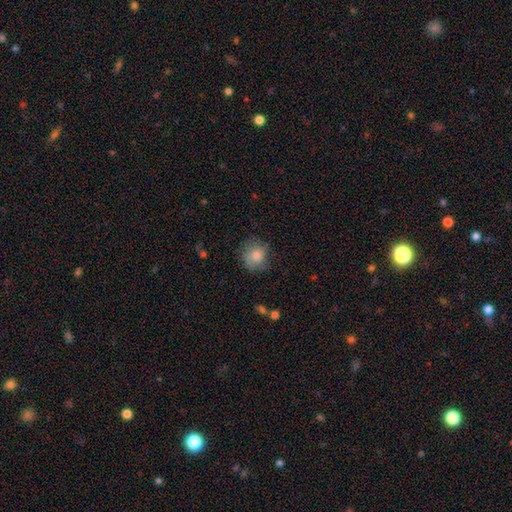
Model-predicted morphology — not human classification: This is likely a smooth galaxy (80%). How rounded: clearly round (82%). Merging: likely none (68%).